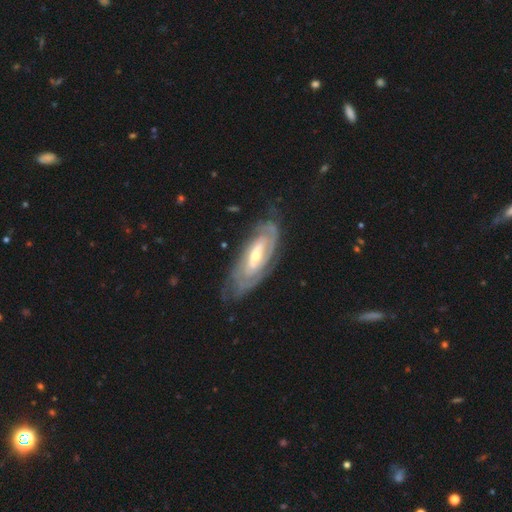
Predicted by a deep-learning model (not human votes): The model was most divided on "spiral arm count": can't tell: 44%, 2: 35%, 3: 9%, 1: 5%, 4: 4%, more than 4: 3%. Remaining: spiral arms — yes (89%); edge-on disk — no (89%); smooth or featured — featured or disk (84%); spiral winding — tight (74%); merging — none (71%); bulge size — moderate (52%); bar — no (46%).